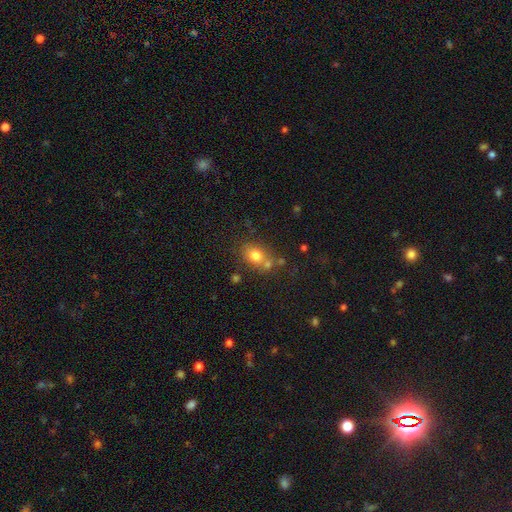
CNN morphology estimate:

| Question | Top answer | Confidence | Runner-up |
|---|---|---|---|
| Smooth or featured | smooth | 76% | featured or disk (12%) |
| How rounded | in between | 58% | round (40%) |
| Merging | none | 59% | merger (22%) |